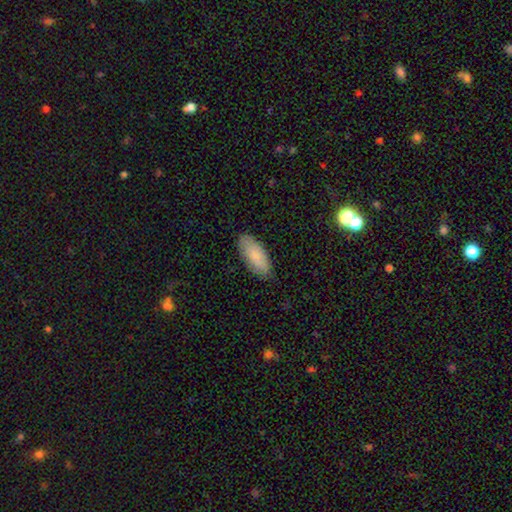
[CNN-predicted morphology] This is clearly a smooth galaxy (83%). How rounded: clearly in between (85%). Merging: clearly none (84%).